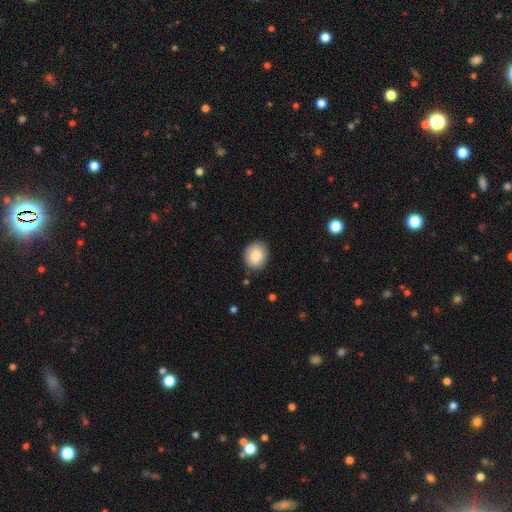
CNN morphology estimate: This appears to be a smooth galaxy with no disk features (85%) that is round (68%). Merging: none (85%).